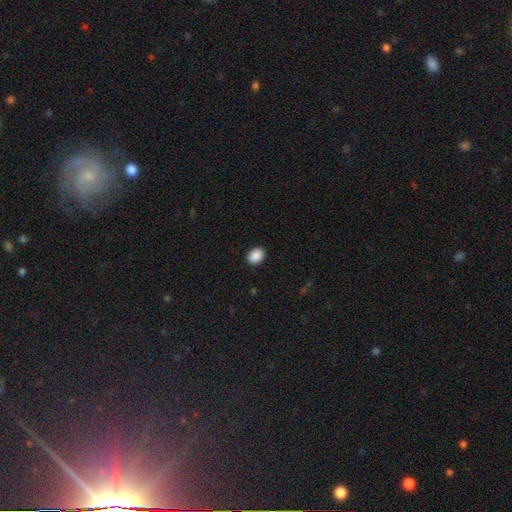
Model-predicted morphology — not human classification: Smooth or featured?
  - smooth: 90% *
  - star or artifact: 8%
  - featured or disk: 2%
How rounded?
  - in between: 62% *
  - round: 37%
  - cigar-shaped: 1%
Merging?
  - none: 91% *
  - minor disturbance: 6%
  - major disturbance: 2%
  - merger: 1%